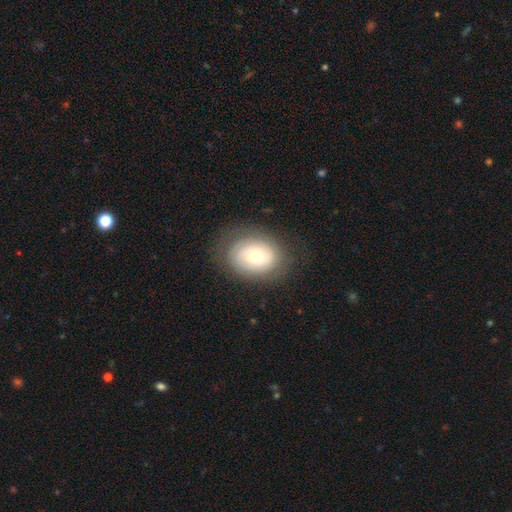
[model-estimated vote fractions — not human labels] smooth-or-featured: smooth: 48% | featured or disk: 43% | star or artifact: 9%
  merging: none: 76% | minor disturbance: 15% | major disturbance: 8% | merger: 1%